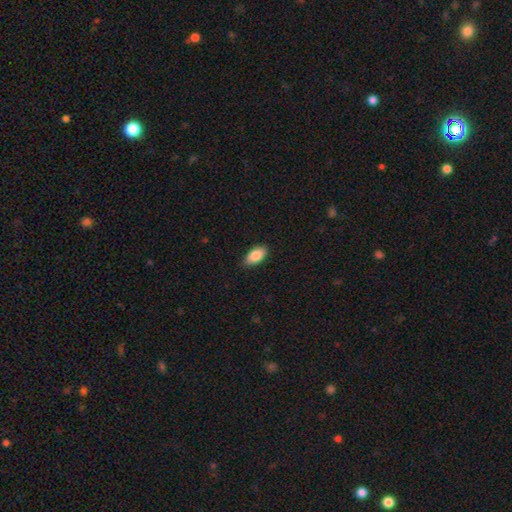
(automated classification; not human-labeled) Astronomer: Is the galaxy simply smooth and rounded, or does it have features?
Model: smooth — 86%.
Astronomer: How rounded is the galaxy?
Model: in between — 92%.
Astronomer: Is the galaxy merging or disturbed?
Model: none — 86%.